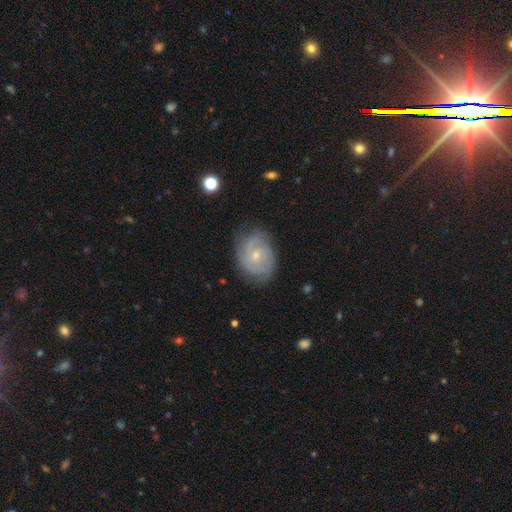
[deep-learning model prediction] Overall: featured or disk (77%). Edge-on disk: no (97%). Bar: no (64%; weak 32%). Spiral arms: yes (92%). Spiral arm count: 2 (42%; can't tell 28%). Spiral winding: tight (58%; medium 33%). Bulge size: small (66%; moderate 31%). Merging: none (72%).